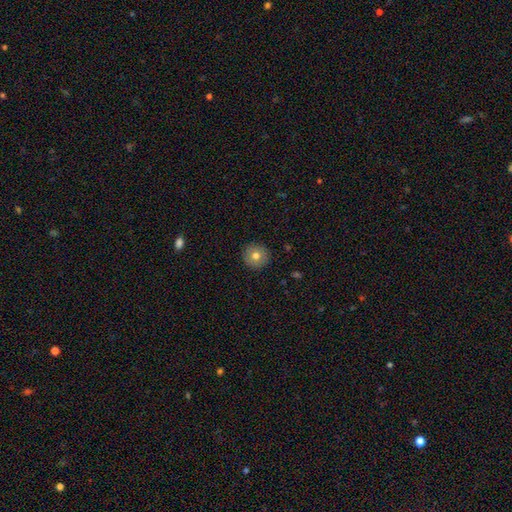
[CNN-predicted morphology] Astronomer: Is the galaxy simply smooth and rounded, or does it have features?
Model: smooth — 76%.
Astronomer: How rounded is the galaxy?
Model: round — 95%.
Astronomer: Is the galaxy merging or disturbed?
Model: none — 92%.